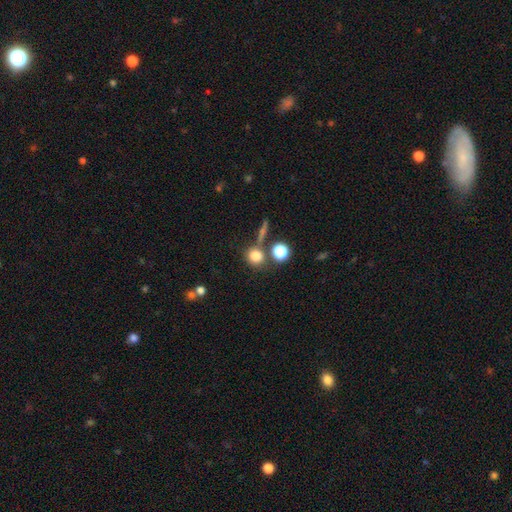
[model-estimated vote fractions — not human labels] Overall: smooth (77%). How rounded: round (85%). Merging: none (66%).